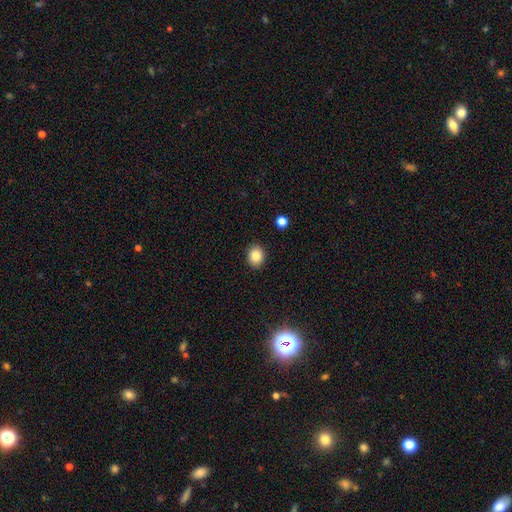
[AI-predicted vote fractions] Smooth or featured? Predicted: smooth (p=0.85). How rounded? Predicted: round (p=0.64). Merging? Predicted: none (p=0.90).